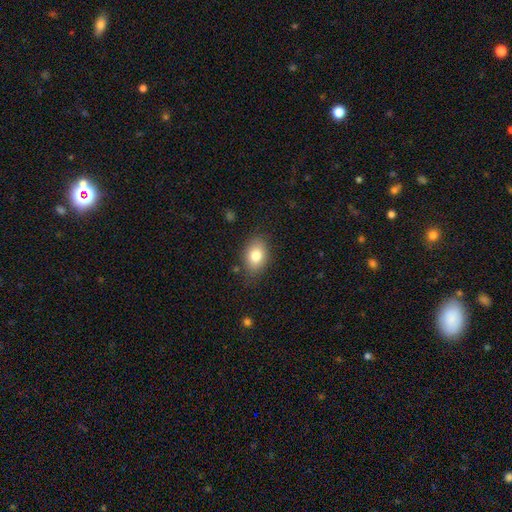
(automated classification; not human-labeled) This is clearly a smooth galaxy (80%). How rounded: clearly in between (81%). Merging: clearly none (81%).